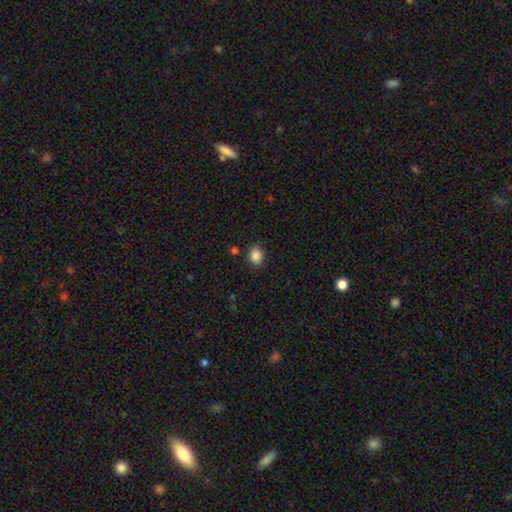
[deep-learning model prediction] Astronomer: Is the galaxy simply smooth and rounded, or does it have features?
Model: smooth — 87%.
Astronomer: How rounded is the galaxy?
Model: round — 51% (runner-up: in between, 48%).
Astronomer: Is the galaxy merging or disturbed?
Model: none — 84%.